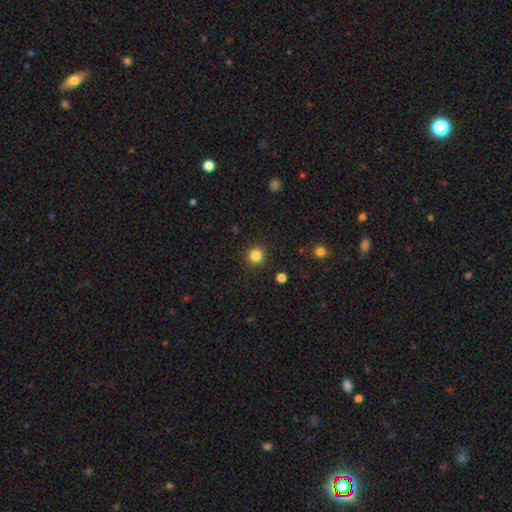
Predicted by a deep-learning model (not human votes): This appears to be a smooth galaxy with no disk features (84%) that is round (94%). Merging: none (91%).